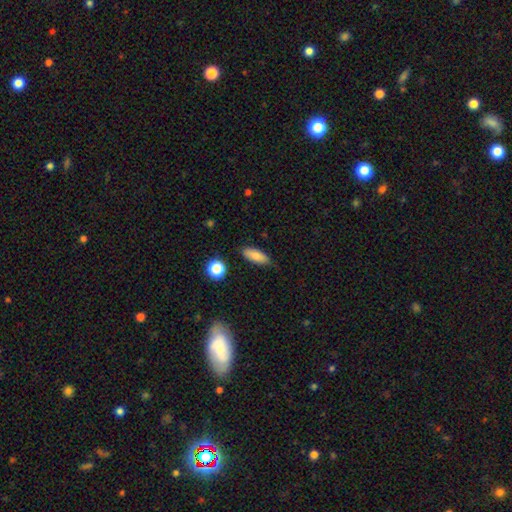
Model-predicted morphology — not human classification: A smooth galaxy with no disk features (79%) that is in between round and cigar-shaped (76%). Merging: none (80%).